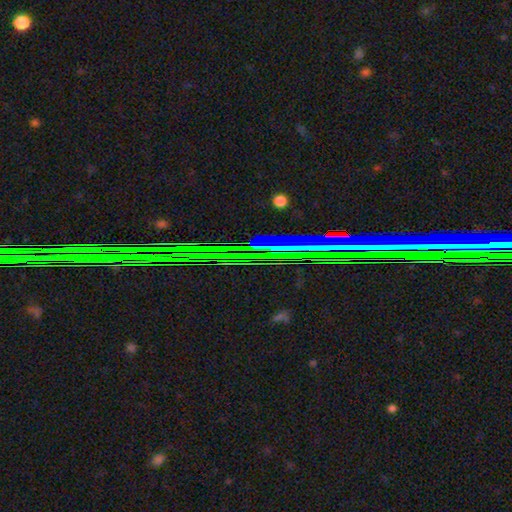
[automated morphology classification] smooth-or-featured: star or artifact: 81% | featured or disk: 11% | smooth: 8%